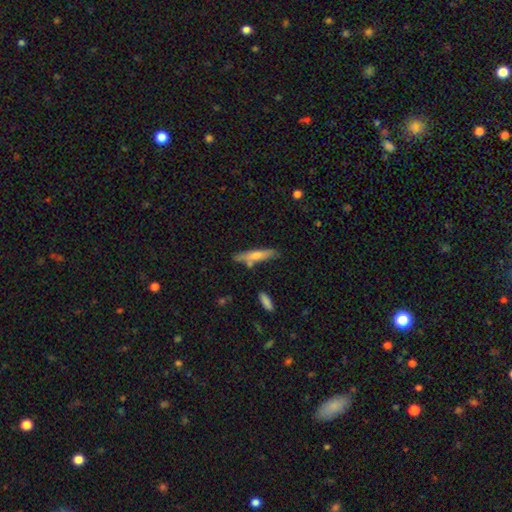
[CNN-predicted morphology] smooth-or-featured: smooth: 61% | featured or disk: 33% | star or artifact: 7%
  how-rounded: cigar-shaped: 86% | in between: 12% | round: 2%
  merging: none: 75% | minor disturbance: 15% | merger: 7% | major disturbance: 3%